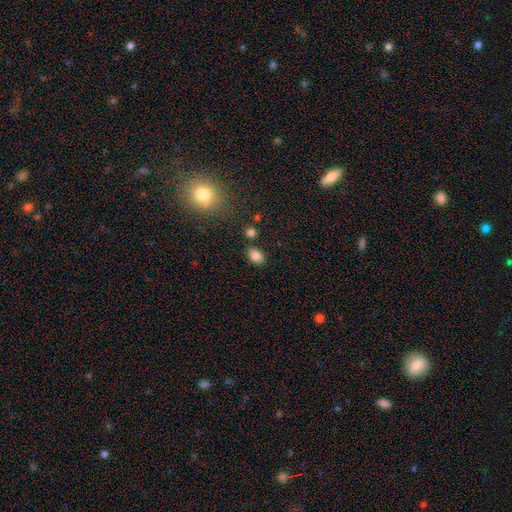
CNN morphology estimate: Smooth or featured? smooth (84%)
How rounded? in between (75%)
Merging? none (80%)